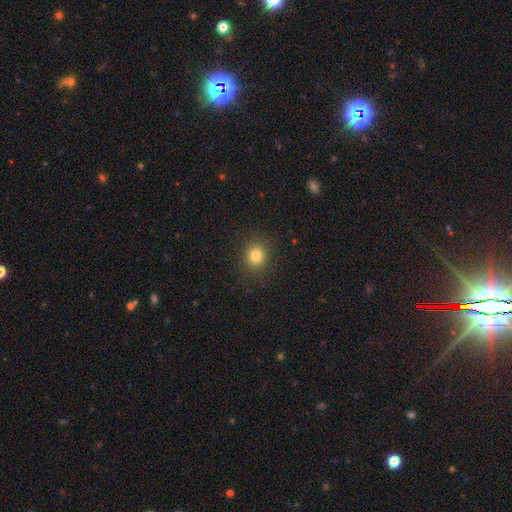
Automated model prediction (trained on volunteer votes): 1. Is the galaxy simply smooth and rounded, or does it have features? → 81% smooth, 13% star or artifact, 6% featured or disk.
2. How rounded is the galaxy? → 81% round, 18% in between, 1% cigar-shaped.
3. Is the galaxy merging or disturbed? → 89% none, 7% minor disturbance, 3% major disturbance, 1% merger.